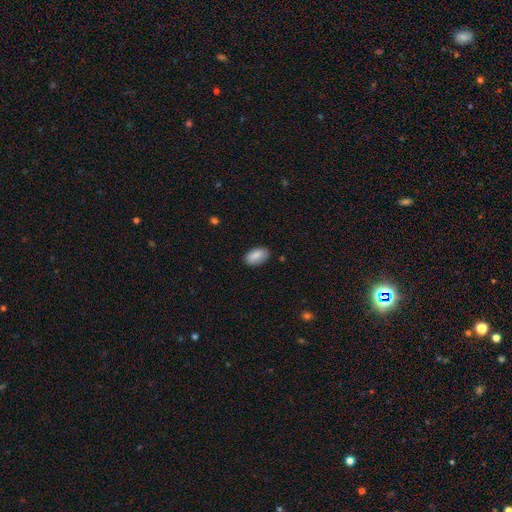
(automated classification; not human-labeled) Smooth or featured? Predicted: smooth (p=0.87). How rounded? Predicted: in between (p=0.94). Merging? Predicted: none (p=0.85).